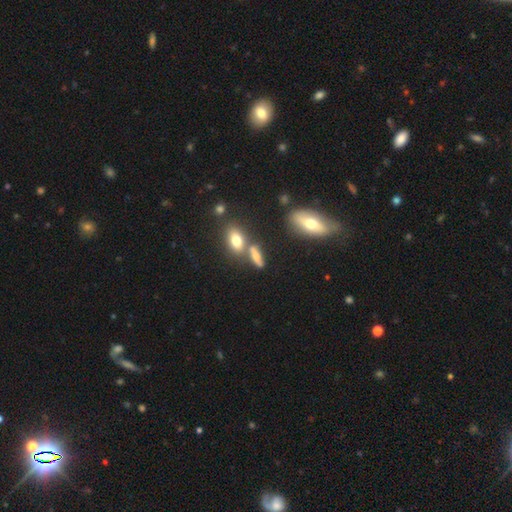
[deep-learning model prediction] Overall: smooth (59%; featured or disk 28%). How rounded: in between (46%; cigar-shaped 45%). Merging: none (60%; merger 24%).